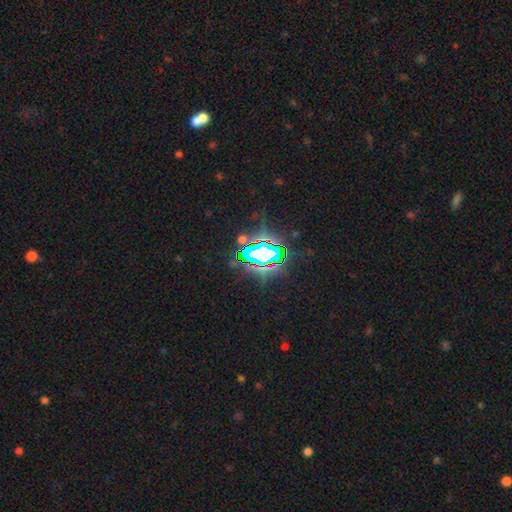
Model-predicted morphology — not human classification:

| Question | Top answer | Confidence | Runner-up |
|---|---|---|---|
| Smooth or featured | star or artifact | 73% | smooth (14%) |